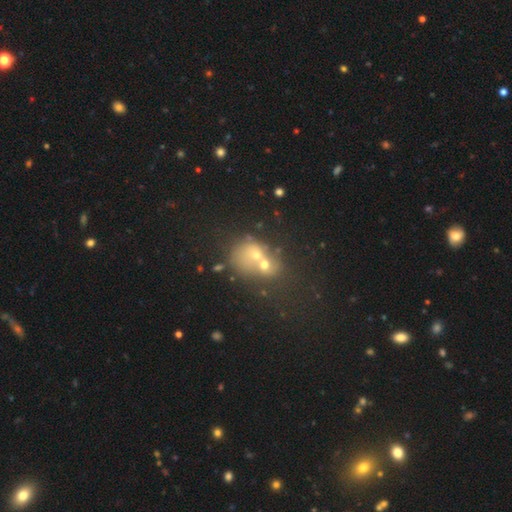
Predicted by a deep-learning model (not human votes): This appears to be a smooth galaxy with no disk features (50%) that is round (58%). Merging: merger (63%).